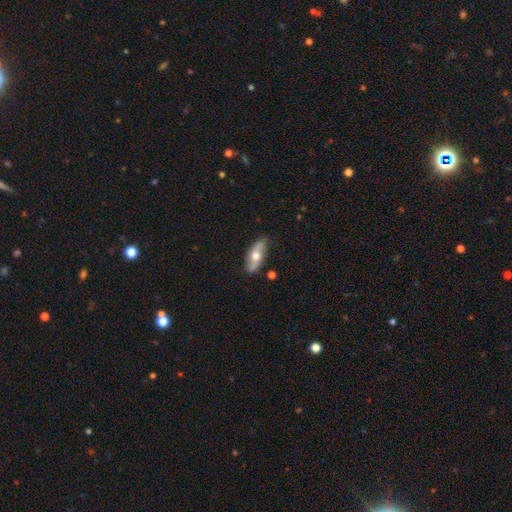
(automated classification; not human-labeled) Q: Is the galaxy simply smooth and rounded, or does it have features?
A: featured or disk — 49%.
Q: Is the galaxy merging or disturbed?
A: none — 80%.